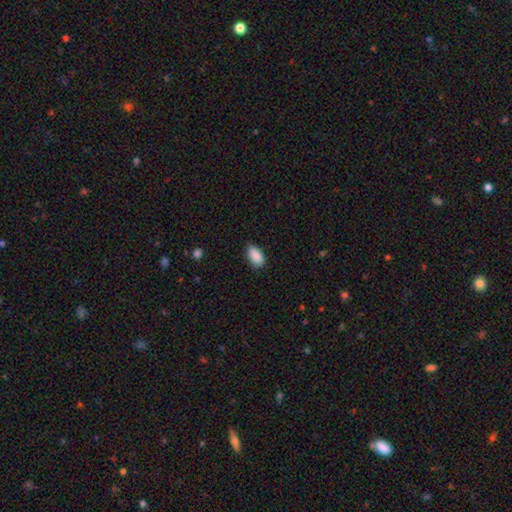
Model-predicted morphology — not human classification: smooth_or_featured: smooth (p=0.90) [alt: star or artifact p=0.07]
how_rounded: in between (p=0.93) [alt: round p=0.04]
merging: none (p=0.80) [alt: minor disturbance p=0.16]